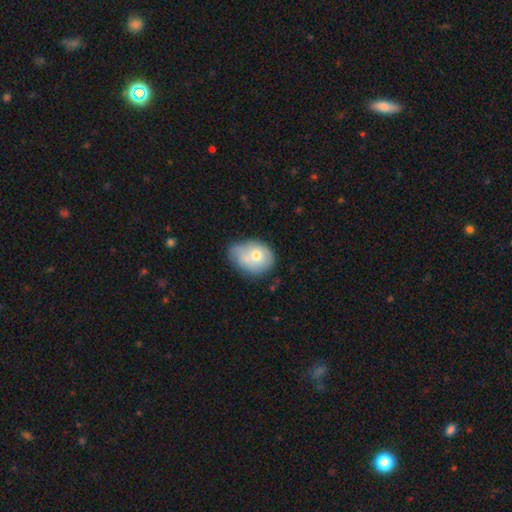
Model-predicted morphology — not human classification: Smooth or featured: smooth — 65% (featured or disk — 28%)
How rounded: in between — 56% (round — 43%)
Merging: minor disturbance — 32% (none — 29%)